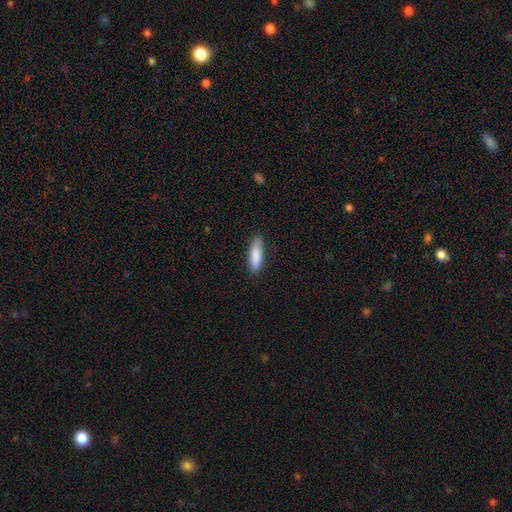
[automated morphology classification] The model was most divided on "how rounded": cigar-shaped: 59%, in between: 40%, round: 2%. More confident: merging — none (87%); smooth or featured — smooth (86%).